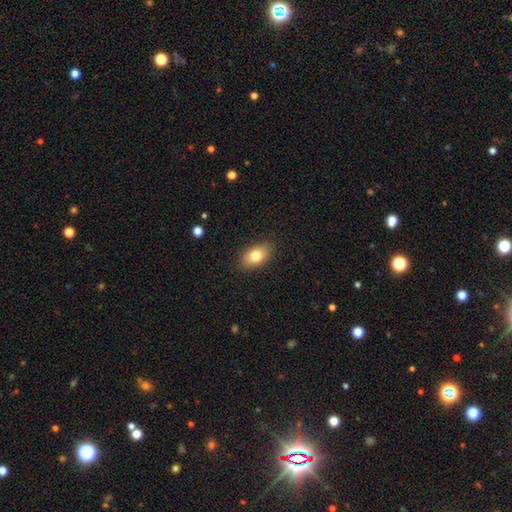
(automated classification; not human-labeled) Q: Smooth or featured?
A: smooth (80%); runner-up: featured or disk (12%)
Q: How rounded?
A: in between (88%); runner-up: round (10%)
Q: Merging?
A: none (86%); runner-up: minor disturbance (10%)